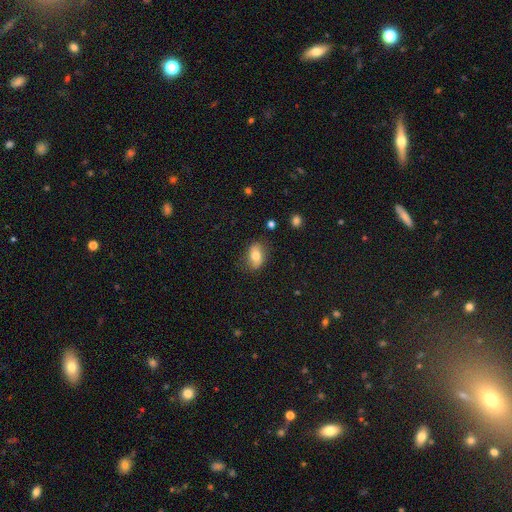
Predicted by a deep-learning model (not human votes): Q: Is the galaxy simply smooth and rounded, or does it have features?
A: smooth — 71%.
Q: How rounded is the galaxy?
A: in between — 84%.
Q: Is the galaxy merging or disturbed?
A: none — 79%.